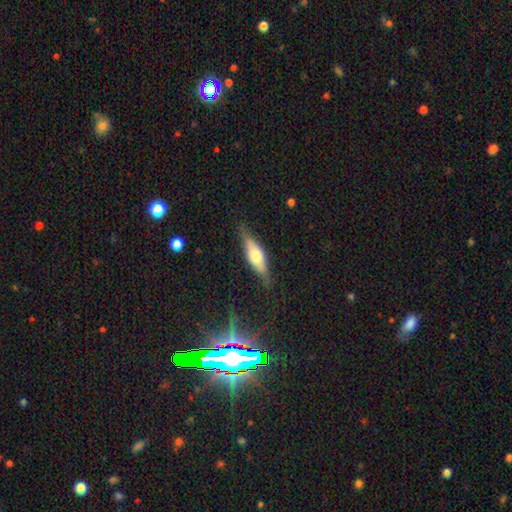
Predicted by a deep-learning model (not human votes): A featured or disk galaxy (48%).

Vote fractions:
- Smooth or featured? featured or disk: 48% / smooth: 45% / star or artifact: 7%
- Merging? none: 80% / minor disturbance: 15% / major disturbance: 4% / merger: 1%